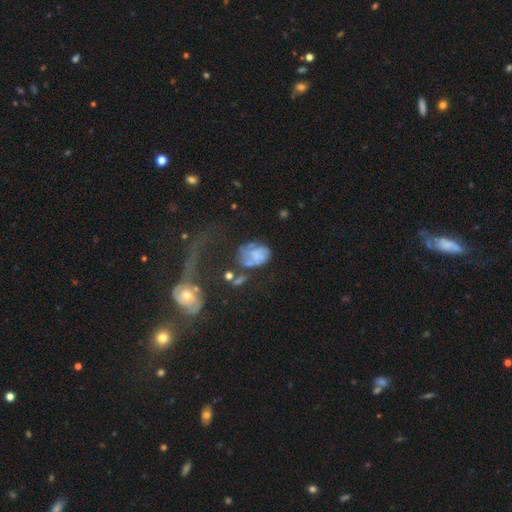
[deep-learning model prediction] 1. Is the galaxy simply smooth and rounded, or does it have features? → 51% featured or disk, 38% smooth, 11% star or artifact.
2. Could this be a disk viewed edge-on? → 97% no, 3% yes.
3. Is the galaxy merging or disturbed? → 37% none, 28% major disturbance, 25% minor disturbance, 10% merger.